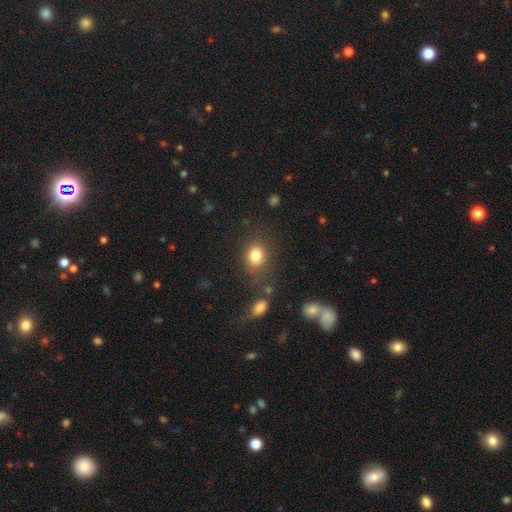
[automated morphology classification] This is clearly a smooth galaxy (82%). How rounded: likely round (61%). Merging: likely none (73%).